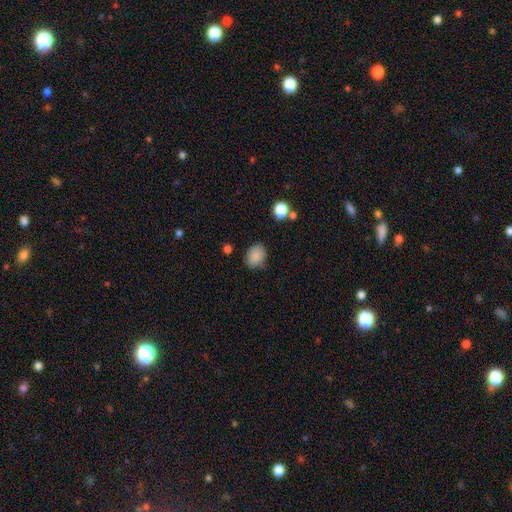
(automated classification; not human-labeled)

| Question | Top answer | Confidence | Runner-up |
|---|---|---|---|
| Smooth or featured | smooth | 86% | star or artifact (9%) |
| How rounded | in between | 61% | round (38%) |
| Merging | none | 71% | minor disturbance (22%) |